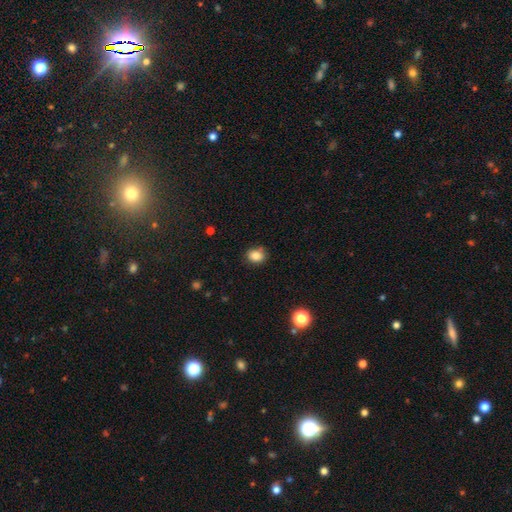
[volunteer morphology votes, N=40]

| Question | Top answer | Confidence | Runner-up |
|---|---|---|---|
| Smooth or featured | smooth | 90% | featured or disk (10%) |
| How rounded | in between | 61% | round (39%) |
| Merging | none | 82% | minor disturbance (10%) |